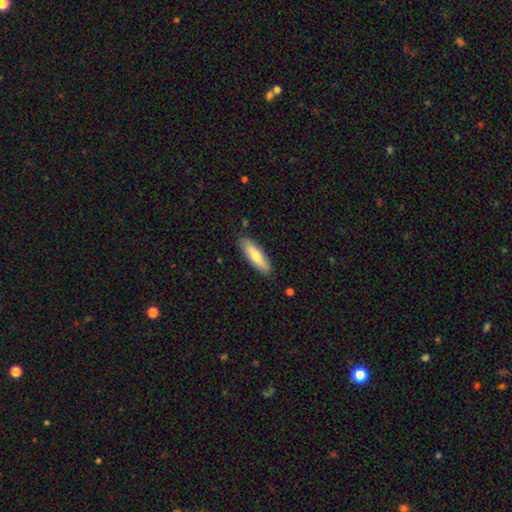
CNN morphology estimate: Overall: smooth (67%). How rounded: cigar-shaped (56%; in between 43%). Merging: none (87%).